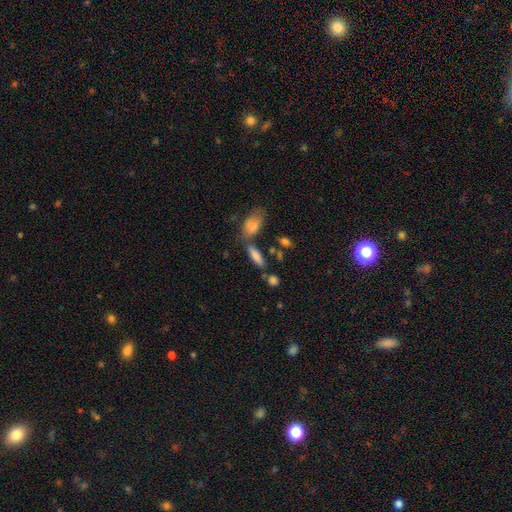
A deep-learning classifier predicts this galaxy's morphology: This appears to be a smooth galaxy with no disk features (70%) that is in between round and cigar-shaped (52%). Merging: none (59%).